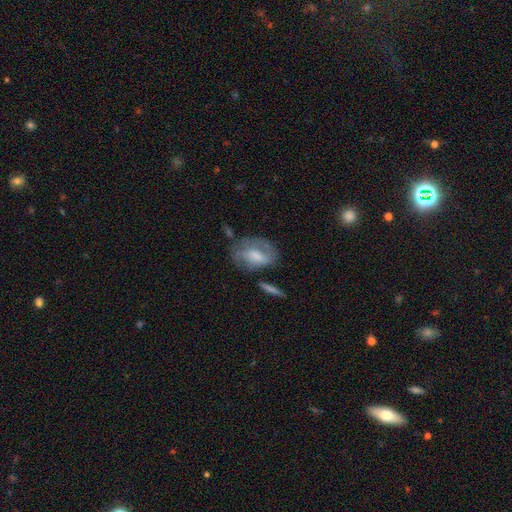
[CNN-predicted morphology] Smooth or featured: smooth — 53% (featured or disk — 39%)
How rounded: in between — 79% (round — 17%)
Merging: none — 47% (minor disturbance — 26%)